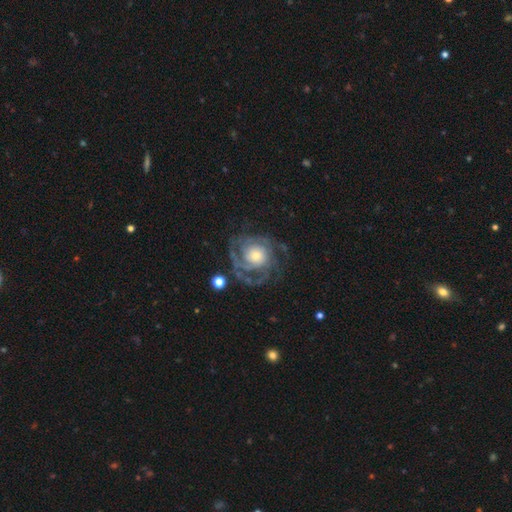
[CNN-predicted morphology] This is clearly a featured or disk galaxy (87%). It is clearly not viewed edge-on (98%). Bar: likely no (80%). Spiral arm pattern: clearly yes (95%). Spiral arm count: marginally can't tell (28%). Spiral winding: likely tight (60%). Central bulge: possibly moderate (46%). Merging: likely none (69%).